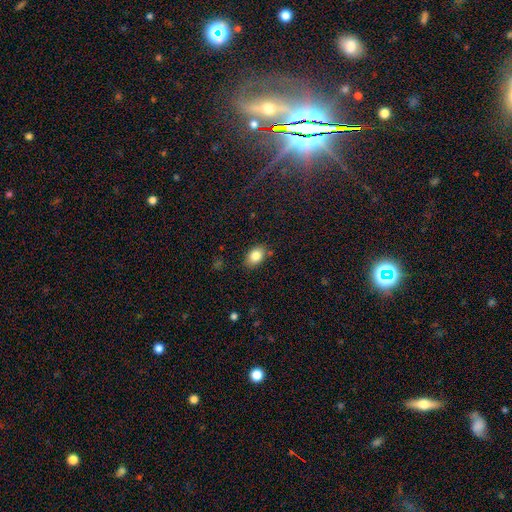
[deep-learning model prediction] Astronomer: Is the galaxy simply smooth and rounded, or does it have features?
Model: smooth — 84%.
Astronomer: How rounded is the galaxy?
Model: in between — 82%.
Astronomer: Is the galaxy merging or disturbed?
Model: none — 81%.